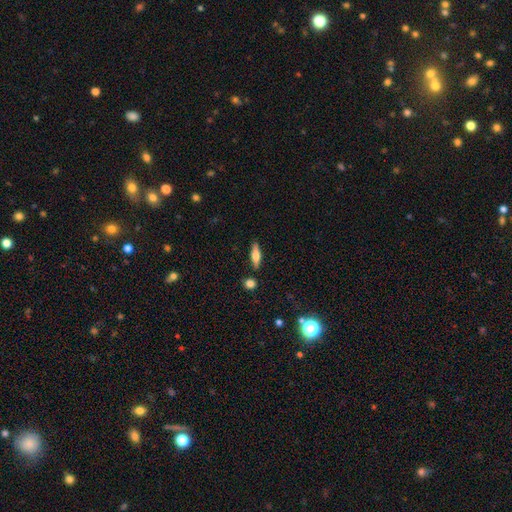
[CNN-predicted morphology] This appears to be a smooth galaxy with no disk features (50%). Merging: none (84%).